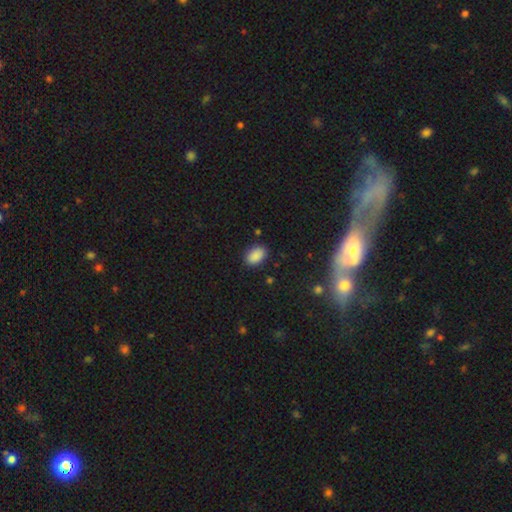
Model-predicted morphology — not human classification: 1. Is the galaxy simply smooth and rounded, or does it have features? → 88% smooth, 9% star or artifact, 3% featured or disk.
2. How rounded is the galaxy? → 88% in between, 10% round, 1% cigar-shaped.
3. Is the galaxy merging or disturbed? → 86% none, 10% minor disturbance, 2% major disturbance, 1% merger.